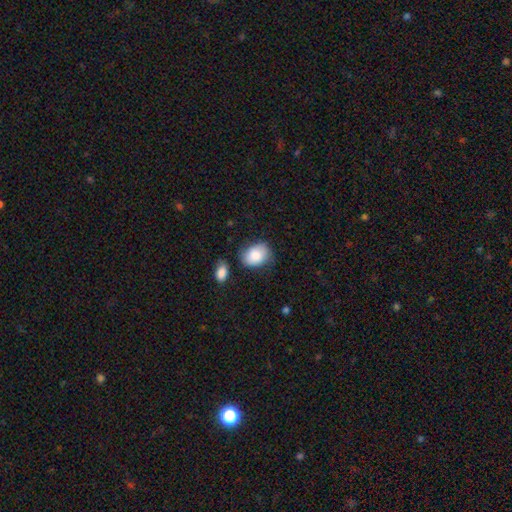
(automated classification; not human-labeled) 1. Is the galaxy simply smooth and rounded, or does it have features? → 84% smooth, 9% featured or disk, 7% star or artifact.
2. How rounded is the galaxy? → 72% in between, 27% round, 1% cigar-shaped.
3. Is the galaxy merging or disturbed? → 65% none, 23% minor disturbance, 6% merger, 6% major disturbance.